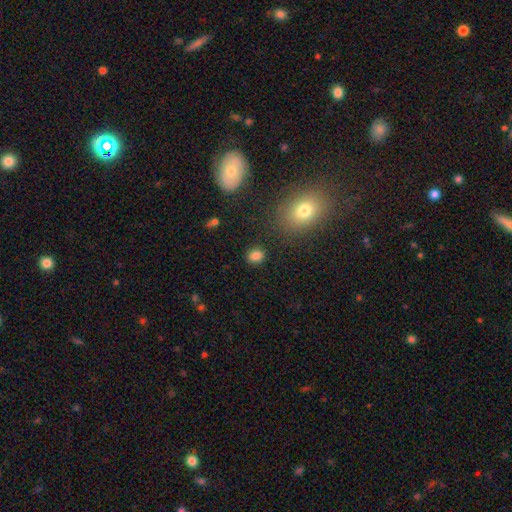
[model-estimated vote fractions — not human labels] This is clearly a smooth galaxy (82%). How rounded: likely round (62%). Merging: clearly none (87%).